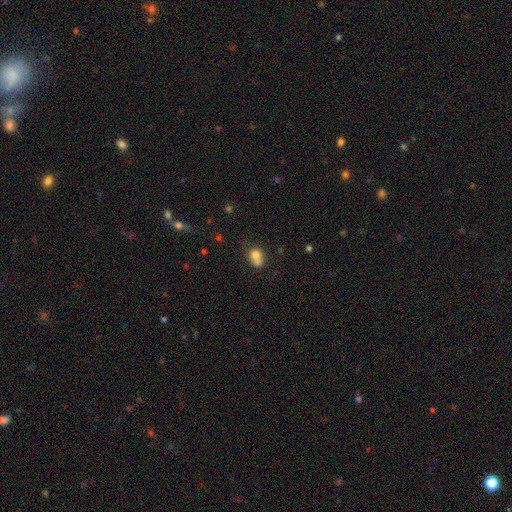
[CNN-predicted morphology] The model was most divided on "merging": merger: 41%, none: 34%, minor disturbance: 17%, major disturbance: 8%. More confident: smooth or featured — smooth (73%); how rounded — round (56%).